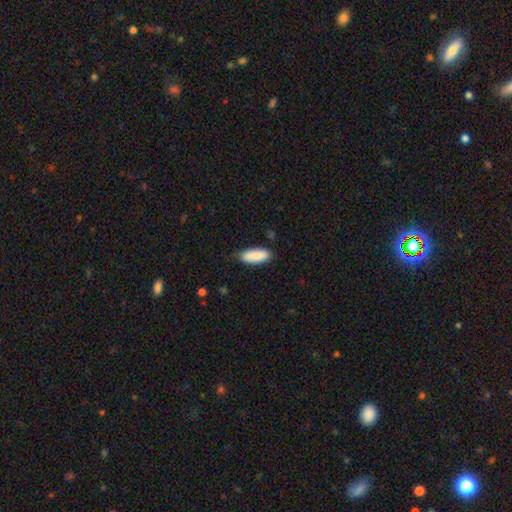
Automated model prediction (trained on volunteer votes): smooth 88%, featured or disk 6%, star or artifact 6%. Down the decision tree: how rounded — in between (74%); merging — none (77%).